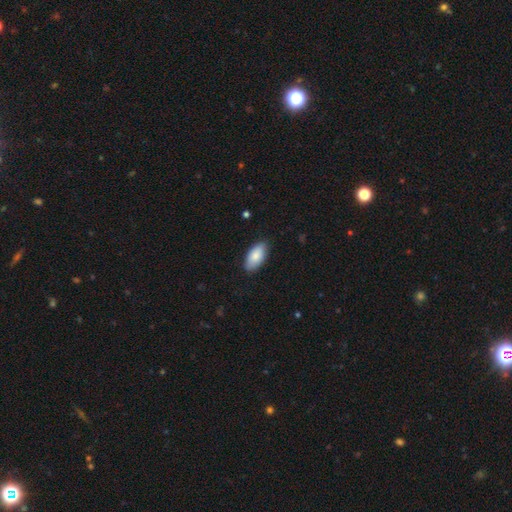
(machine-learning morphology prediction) smooth 84%, featured or disk 10%, star or artifact 6%. Down the decision tree: how rounded — in between (94%); merging — none (85%).